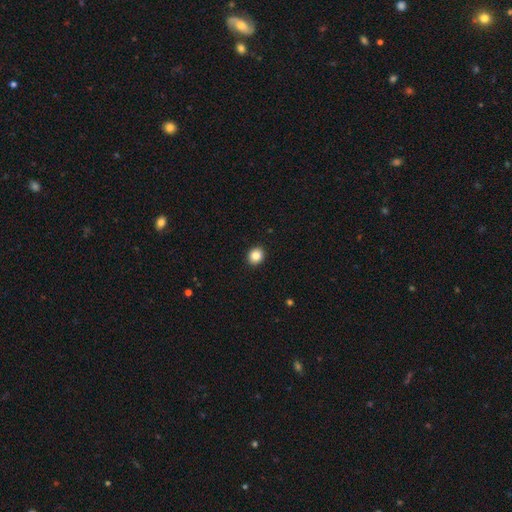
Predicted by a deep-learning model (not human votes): smooth_or_featured: smooth (p=0.85) [alt: star or artifact p=0.10]
how_rounded: round (p=0.76) [alt: in between p=0.23]
merging: none (p=0.92) [alt: minor disturbance p=0.05]